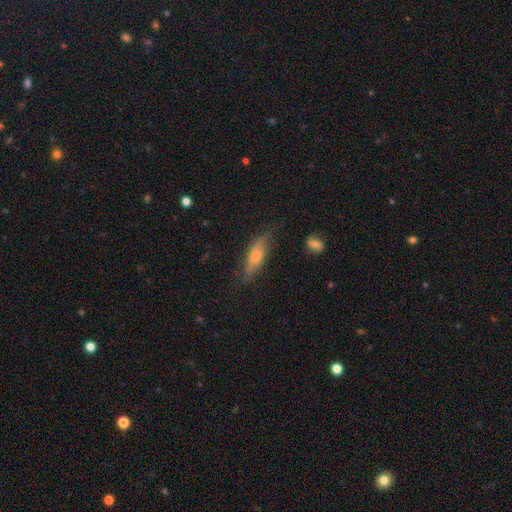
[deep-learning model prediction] This is likely a smooth galaxy (62%). How rounded: possibly cigar-shaped (53%). Merging: likely none (70%).